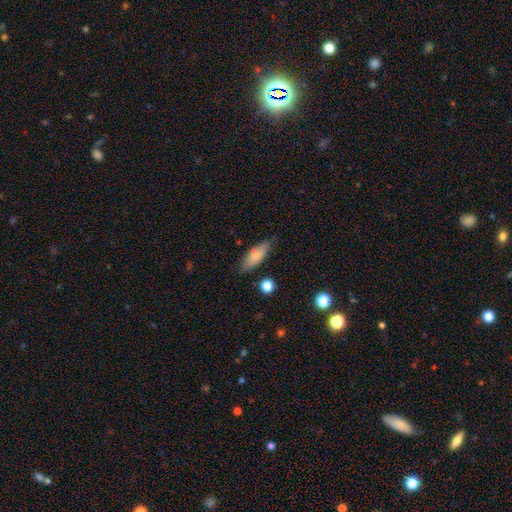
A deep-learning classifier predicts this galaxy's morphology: smooth-or-featured: smooth: 78% | featured or disk: 15% | star or artifact: 7%
  how-rounded: in between: 60% | cigar-shaped: 38% | round: 2%
  merging: none: 75% | minor disturbance: 18% | major disturbance: 4% | merger: 3%